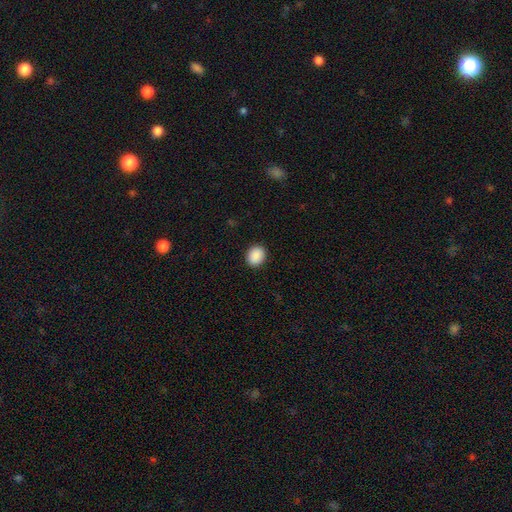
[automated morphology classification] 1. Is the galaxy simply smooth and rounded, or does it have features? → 90% smooth, 8% star or artifact, 2% featured or disk.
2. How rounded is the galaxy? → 66% round, 33% in between, 1% cigar-shaped.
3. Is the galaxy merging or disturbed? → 91% none, 6% minor disturbance, 2% major disturbance, 1% merger.